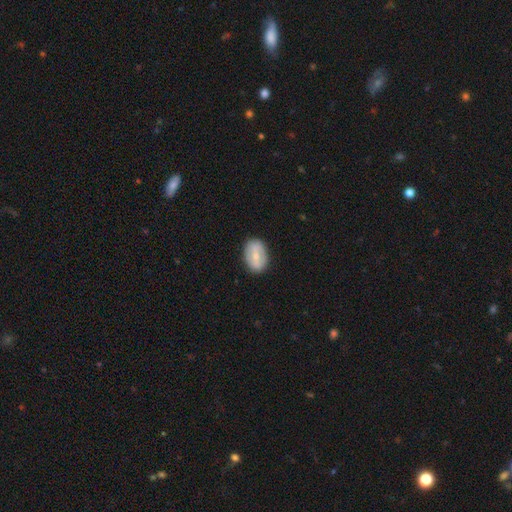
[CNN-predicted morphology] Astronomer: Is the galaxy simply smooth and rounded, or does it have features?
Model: smooth — 52% (runner-up: featured or disk, 42%).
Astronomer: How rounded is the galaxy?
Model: in between — 81%.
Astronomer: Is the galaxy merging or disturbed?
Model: none — 86%.